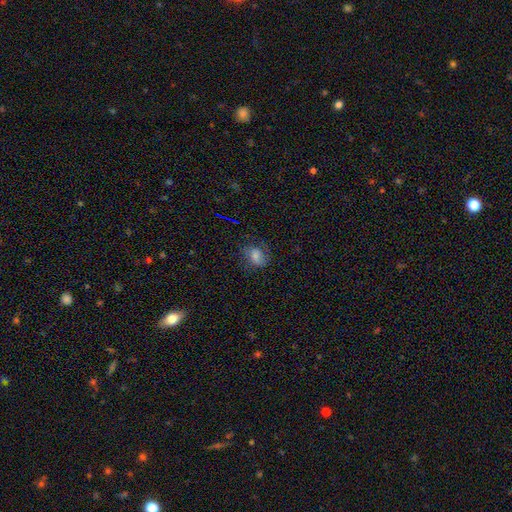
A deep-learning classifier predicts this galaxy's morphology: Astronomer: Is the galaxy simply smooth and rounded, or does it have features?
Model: smooth — 59%.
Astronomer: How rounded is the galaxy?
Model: in between — 59% (runner-up: round, 39%).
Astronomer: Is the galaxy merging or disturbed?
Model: none — 66%.